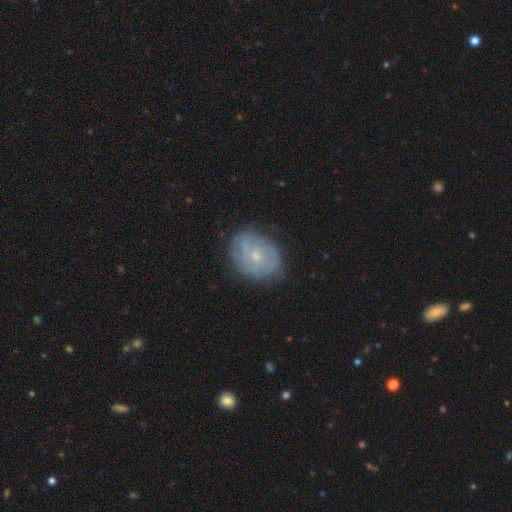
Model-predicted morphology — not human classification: The model was most divided on "smooth or featured": featured or disk: 61%, smooth: 31%, star or artifact: 8%. More confident: edge-on disk — no (97%); bar — no (76%); merging — none (75%); spiral arms — yes (73%); bulge size — small (73%).